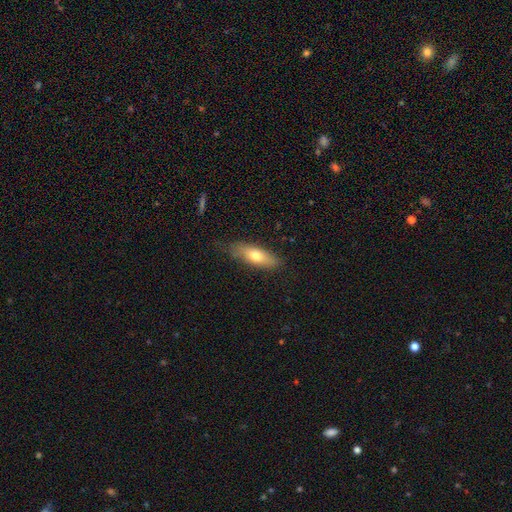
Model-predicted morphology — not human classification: Smooth or featured?
  - smooth: 67% *
  - featured or disk: 26%
  - star or artifact: 7%
How rounded?
  - in between: 58% *
  - cigar-shaped: 39%
  - round: 3%
Merging?
  - none: 74% *
  - minor disturbance: 20%
  - major disturbance: 4%
  - merger: 1%